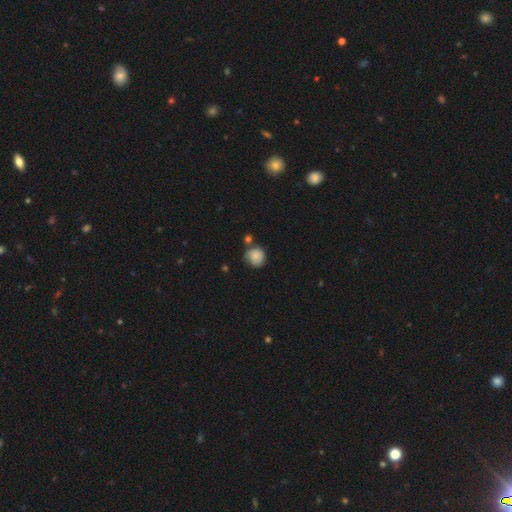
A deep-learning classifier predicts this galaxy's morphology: Smooth or featured: smooth — 79% (featured or disk — 13%)
How rounded: round — 84% (in between — 15%)
Merging: none — 53% (minor disturbance — 23%)